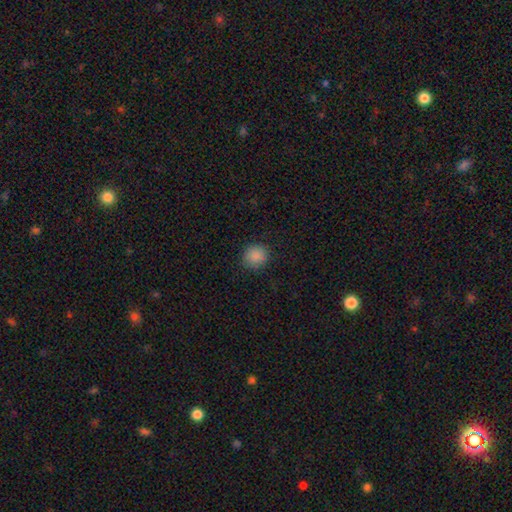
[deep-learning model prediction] The model was most divided on "smooth or featured": smooth: 87%, star or artifact: 10%, featured or disk: 3%. More confident: merging — none (89%); how rounded — round (89%).